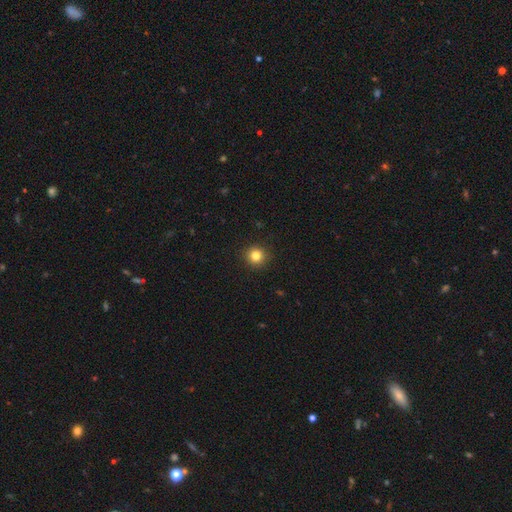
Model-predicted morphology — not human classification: Smooth or featured? Predicted: smooth (p=0.82). How rounded? Predicted: round (p=0.94). Merging? Predicted: none (p=0.92).